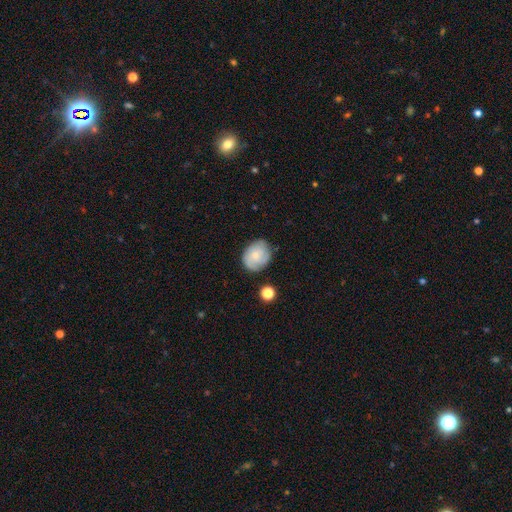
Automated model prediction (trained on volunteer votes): Overall: smooth (55%; featured or disk 37%). How rounded: round (57%; in between 42%). Merging: none (74%).